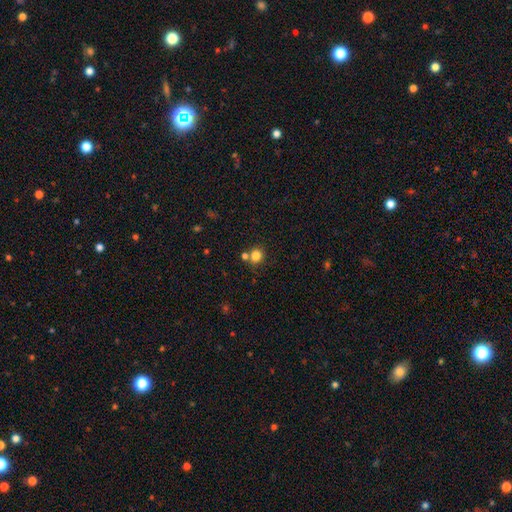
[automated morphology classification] Smooth or featured: smooth — 81% (star or artifact — 13%)
How rounded: round — 84% (in between — 15%)
Merging: none — 69% (merger — 20%)